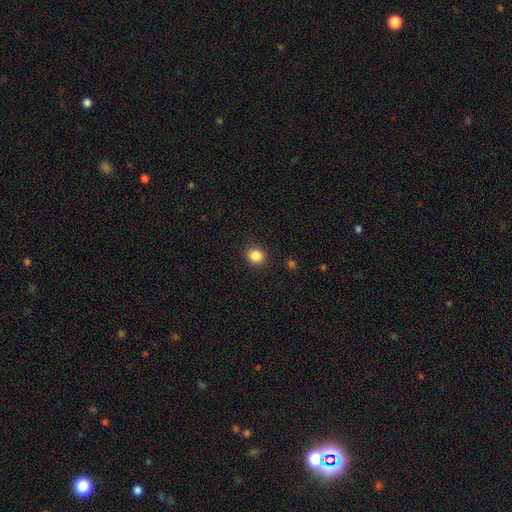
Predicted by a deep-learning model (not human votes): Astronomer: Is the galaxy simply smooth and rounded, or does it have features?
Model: smooth — 86%.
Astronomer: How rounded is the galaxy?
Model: round — 72%.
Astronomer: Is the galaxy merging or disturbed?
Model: none — 88%.